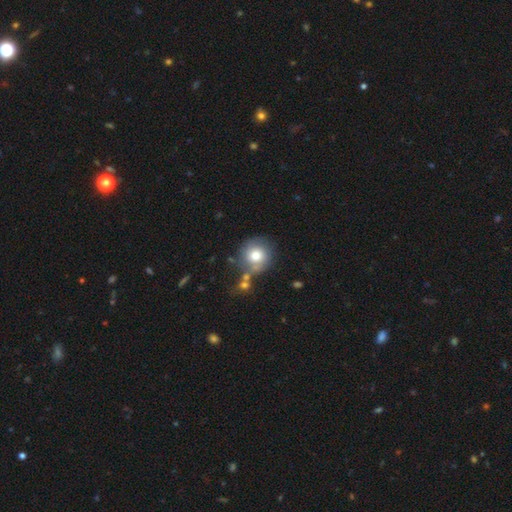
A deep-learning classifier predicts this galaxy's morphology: smooth_or_featured: smooth (p=0.75) [alt: featured or disk p=0.16]
how_rounded: round (p=0.92) [alt: in between p=0.07]
merging: none (p=0.64) [alt: minor disturbance p=0.16]